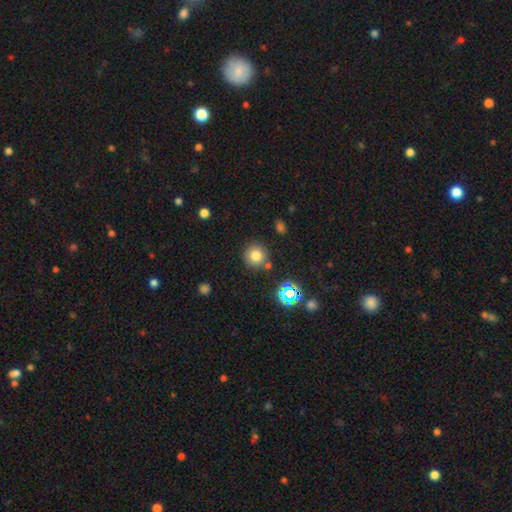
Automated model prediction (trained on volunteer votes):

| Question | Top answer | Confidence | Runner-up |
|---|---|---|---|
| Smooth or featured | smooth | 76% | star or artifact (16%) |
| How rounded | round | 93% | in between (6%) |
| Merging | none | 82% | minor disturbance (8%) |